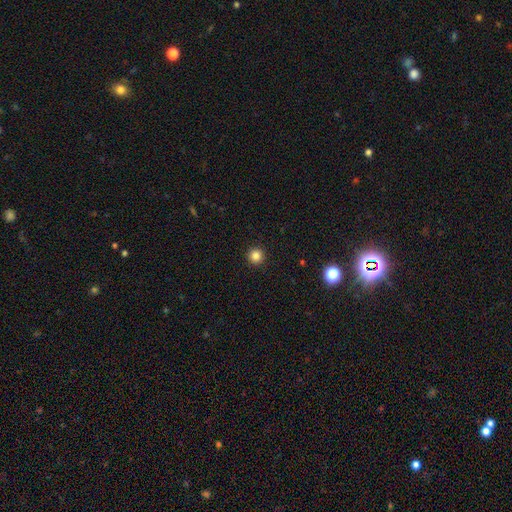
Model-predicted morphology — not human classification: The model was most divided on "smooth or featured": smooth: 83%, star or artifact: 12%, featured or disk: 4%. More confident: how rounded — round (96%); merging — none (93%).